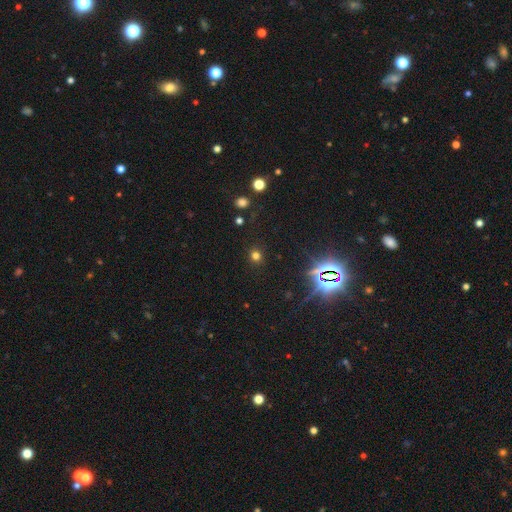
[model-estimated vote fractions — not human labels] Smooth or featured?
  - smooth: 67% *
  - star or artifact: 27%
  - featured or disk: 6%
How rounded?
  - round: 87% *
  - in between: 11%
  - cigar-shaped: 1%
Merging?
  - none: 88% *
  - minor disturbance: 7%
  - major disturbance: 3%
  - merger: 2%